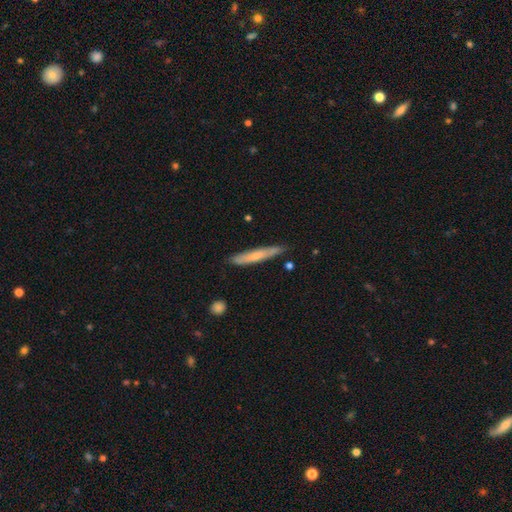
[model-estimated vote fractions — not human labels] smooth_or_featured: smooth (p=0.58) [alt: featured or disk p=0.36]
how_rounded: cigar-shaped (p=0.94) [alt: in between p=0.05]
merging: none (p=0.83) [alt: minor disturbance p=0.13]